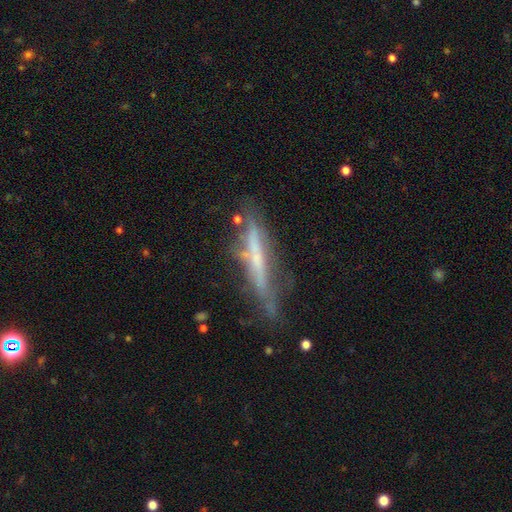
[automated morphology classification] Q: Smooth or featured?
A: featured or disk (62%); runner-up: smooth (30%)
Q: Edge-on disk?
A: yes (85%); runner-up: no (15%)
Q: Edge-on bulge?
A: none (66%); runner-up: rounded (21%)
Q: Merging?
A: none (59%); runner-up: minor disturbance (25%)